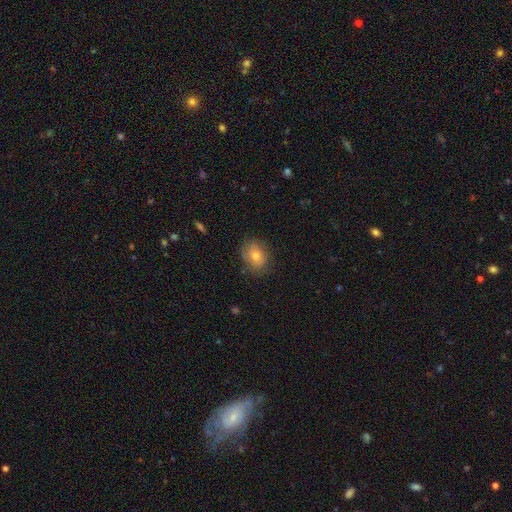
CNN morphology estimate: The model was most divided on "how rounded": round: 51%, in between: 48%, cigar-shaped: 1%. More confident: merging — none (81%); smooth or featured — smooth (73%).